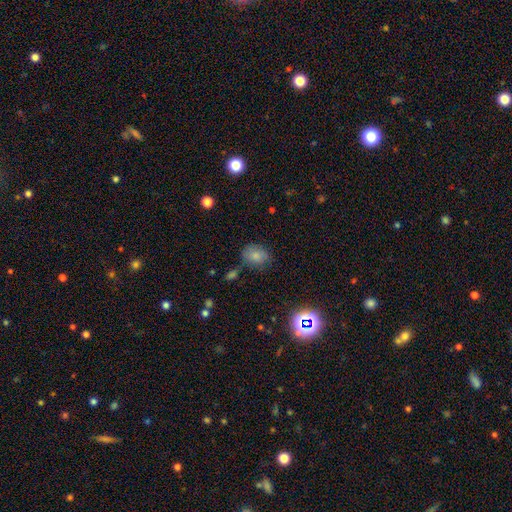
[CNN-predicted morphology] This is likely a smooth galaxy (80%). How rounded: likely in between (64%). Merging: likely none (68%).